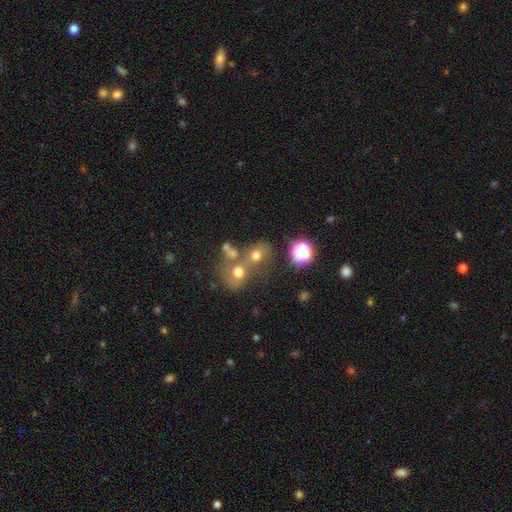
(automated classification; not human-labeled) smooth-or-featured: smooth: 58% | star or artifact: 24% | featured or disk: 18%
  how-rounded: round: 67% | in between: 31% | cigar-shaped: 1%
  merging: merger: 50% | none: 34% | minor disturbance: 9% | major disturbance: 7%